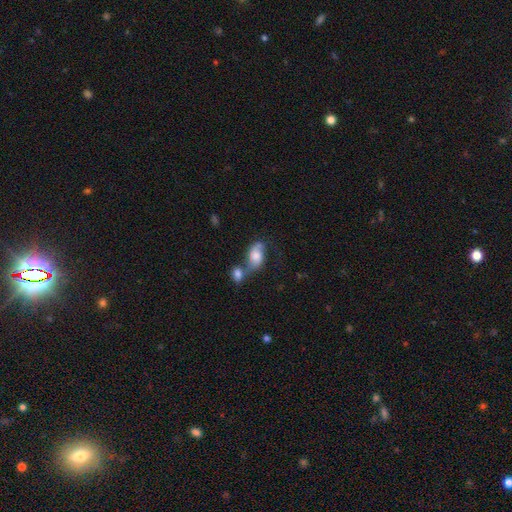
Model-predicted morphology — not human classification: type=smooth (53%); roundness=in between (86%); merging=merger (50%).